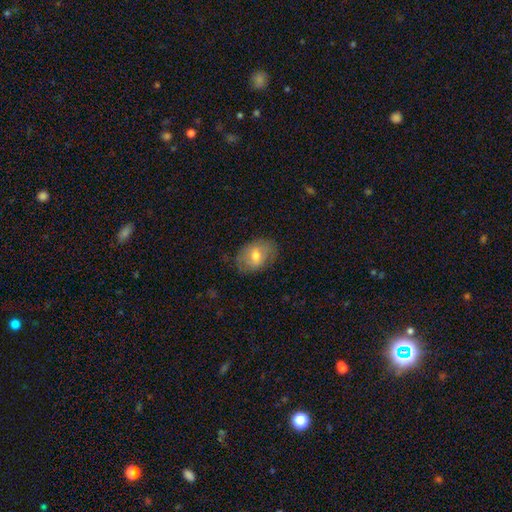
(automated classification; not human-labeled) Q: Smooth or featured?
A: smooth (57%); runner-up: featured or disk (35%)
Q: How rounded?
A: in between (74%); runner-up: round (25%)
Q: Merging?
A: none (73%); runner-up: minor disturbance (20%)